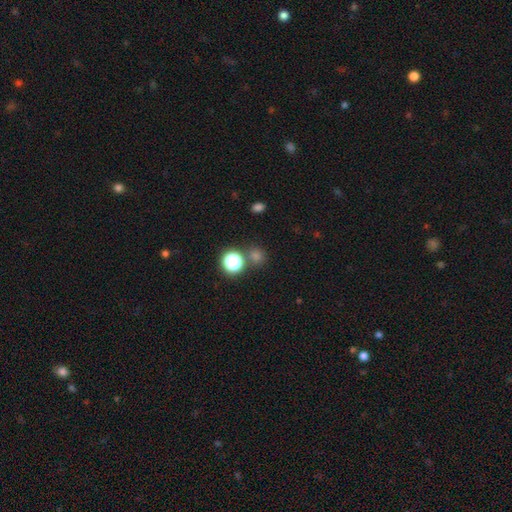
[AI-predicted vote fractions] Morphology: type=smooth (57%); roundness=round (86%); merging=none (75%).